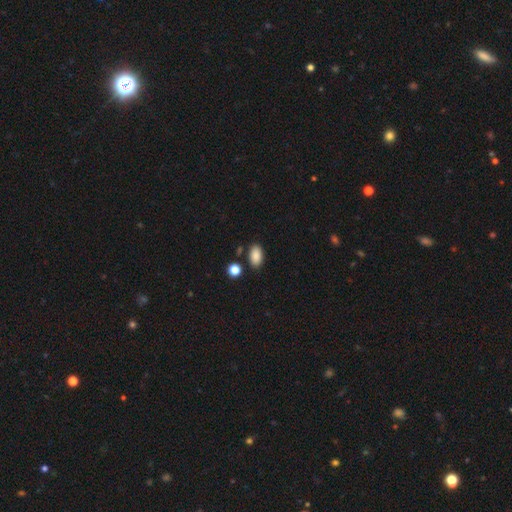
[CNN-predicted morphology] This appears to be a smooth galaxy with no disk features (87%) that is in between round and cigar-shaped (92%). Merging: none (82%).